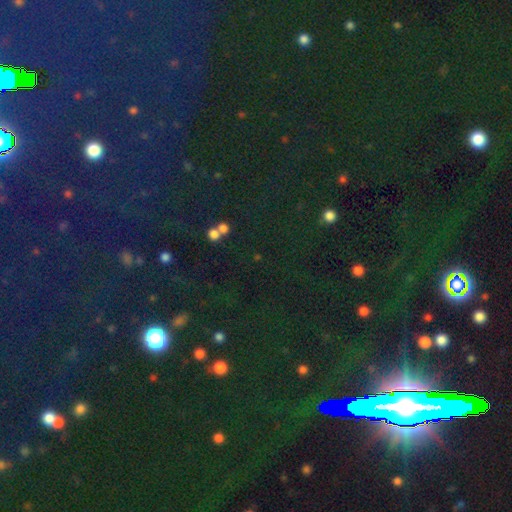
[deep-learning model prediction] Smooth or featured?
  - star or artifact: 79% *
  - smooth: 13%
  - featured or disk: 8%